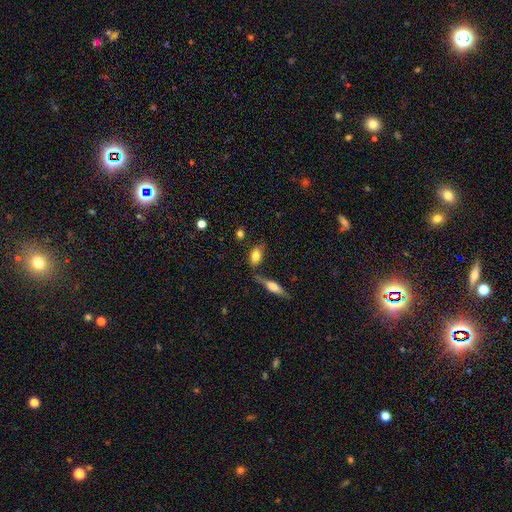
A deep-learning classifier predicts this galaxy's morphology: The model was most divided on "merging": none: 66%, minor disturbance: 18%, merger: 11%, major disturbance: 5%. More confident: how rounded — in between (83%); smooth or featured — smooth (75%).